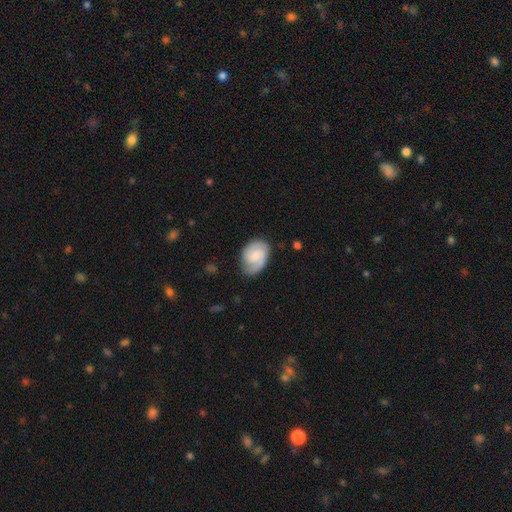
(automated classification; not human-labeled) A featured or disk galaxy (64%) with no bar (47%), 2 (76%) medium (45%) spiral arms (94%) and a small central bulge (43%).

Vote fractions:
- Smooth or featured? featured or disk: 64% / smooth: 30% / star or artifact: 6%
- Edge-on disk? no: 97% / yes: 3%
- Bar? no: 47% / weak: 46% / strong: 7%
- Spiral arms? yes: 94% / no: 6%
- Spiral winding? medium: 45% / tight: 38% / loose: 17%
- Spiral arm count? 2: 76% / can't tell: 10% / 1: 8% / 3: 4% / 4: 1% / more than 4: 1%
- Bulge size? small: 43% / moderate: 32% / none: 19% / large: 5% / dominant: 1%
- Merging? none: 74% / minor disturbance: 19% / major disturbance: 5% / merger: 1%